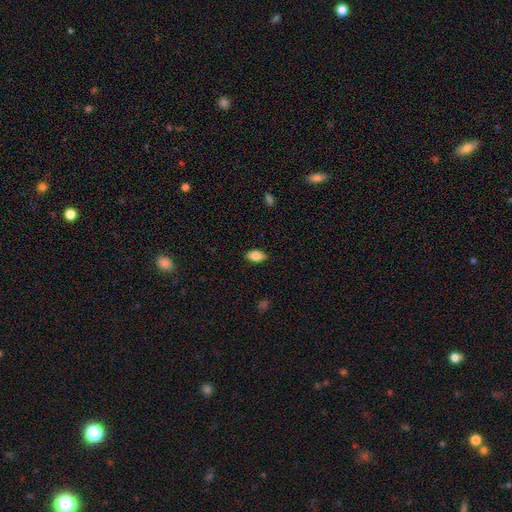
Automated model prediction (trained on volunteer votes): smooth-or-featured: smooth: 81% | featured or disk: 11% | star or artifact: 8%
  how-rounded: in between: 89% | cigar-shaped: 7% | round: 4%
  merging: none: 87% | minor disturbance: 10% | major disturbance: 2% | merger: 1%